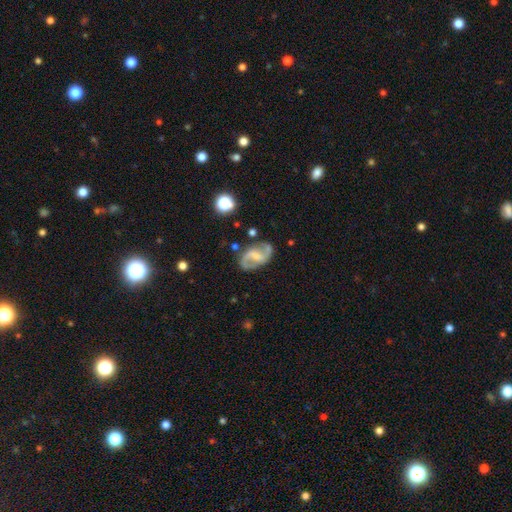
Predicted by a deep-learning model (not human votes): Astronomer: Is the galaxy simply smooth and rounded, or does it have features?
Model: featured or disk — 84%.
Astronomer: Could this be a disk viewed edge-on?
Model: no — 98%.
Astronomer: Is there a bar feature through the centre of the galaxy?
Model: weak — 48% (runner-up: strong, 30%).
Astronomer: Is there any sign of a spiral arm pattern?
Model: yes — 94%.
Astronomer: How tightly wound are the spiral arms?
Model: medium — 50% (runner-up: loose, 36%).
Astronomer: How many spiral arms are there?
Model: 2 — 92%.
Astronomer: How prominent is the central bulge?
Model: none — 39% (runner-up: small, 29%).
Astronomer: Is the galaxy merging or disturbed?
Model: none — 75%.